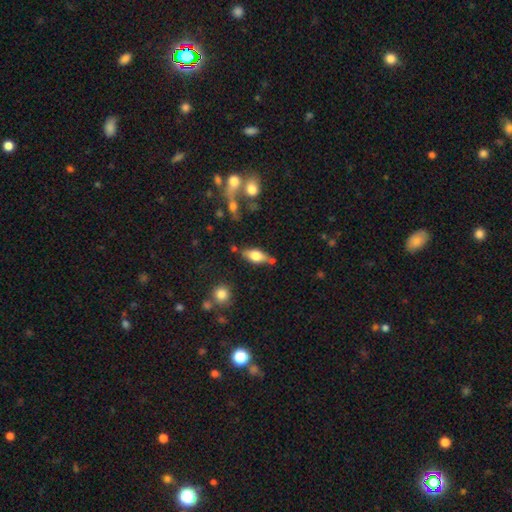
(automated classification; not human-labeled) A smooth galaxy with no disk features (61%) that is in between round and cigar-shaped (78%).

Vote fractions:
- Smooth or featured? smooth: 61% / featured or disk: 32% / star or artifact: 7%
- How rounded? in between: 78% / cigar-shaped: 18% / round: 4%
- Merging? none: 73% / minor disturbance: 15% / merger: 8% / major disturbance: 4%